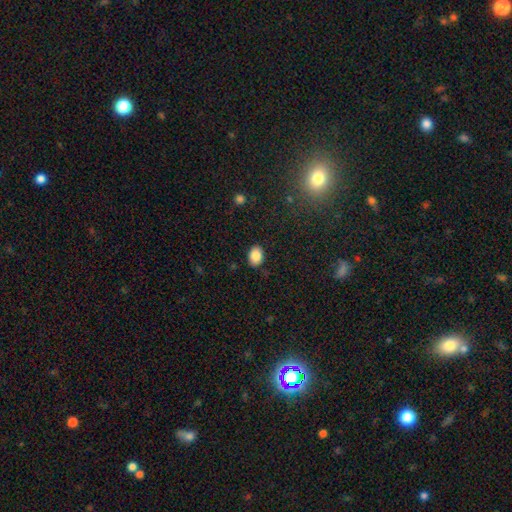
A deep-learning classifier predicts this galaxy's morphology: Smooth or featured?
  - smooth: 87% *
  - star or artifact: 8%
  - featured or disk: 5%
How rounded?
  - in between: 77% *
  - round: 22%
  - cigar-shaped: 1%
Merging?
  - none: 87% *
  - minor disturbance: 10%
  - major disturbance: 2%
  - merger: 1%